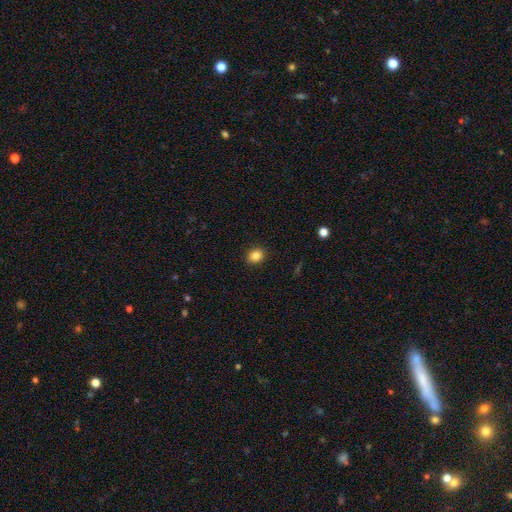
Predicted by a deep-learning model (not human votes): This appears to be a smooth galaxy with no disk features (85%) that is round (60%). Merging: none (90%).